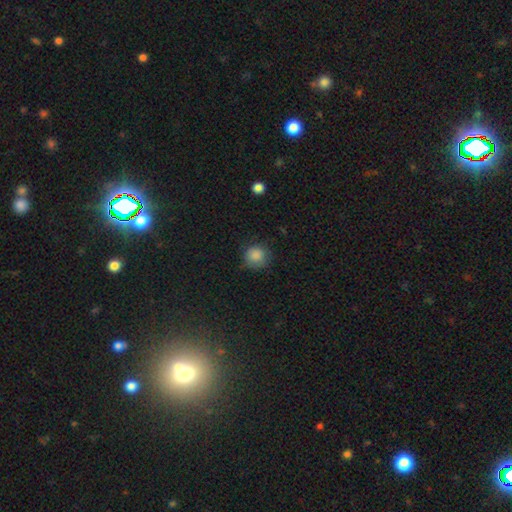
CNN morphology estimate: Overall: smooth (85%). How rounded: round (91%). Merging: none (74%).